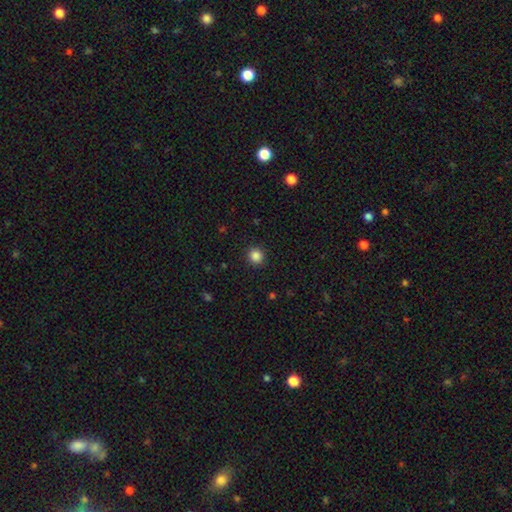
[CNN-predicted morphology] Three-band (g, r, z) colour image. It shows a smooth galaxy with no disk features (86%) that is round (91%). Merging: none (91%).